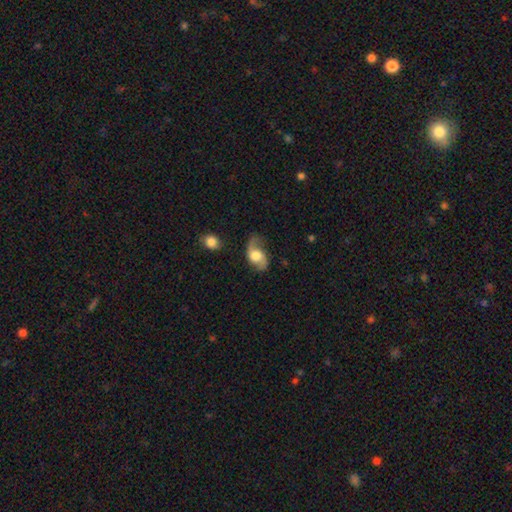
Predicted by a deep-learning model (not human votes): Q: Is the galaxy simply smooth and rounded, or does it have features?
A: featured or disk — 70%.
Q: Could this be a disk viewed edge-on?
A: no — 96%.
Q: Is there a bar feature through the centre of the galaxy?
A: no — 63%.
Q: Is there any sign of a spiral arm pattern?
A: yes — 92%.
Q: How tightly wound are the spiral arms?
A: loose — 64%.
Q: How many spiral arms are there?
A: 2 — 89%.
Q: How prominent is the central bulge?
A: moderate — 42%, tied with large.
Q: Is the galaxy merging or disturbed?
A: none — 63%.